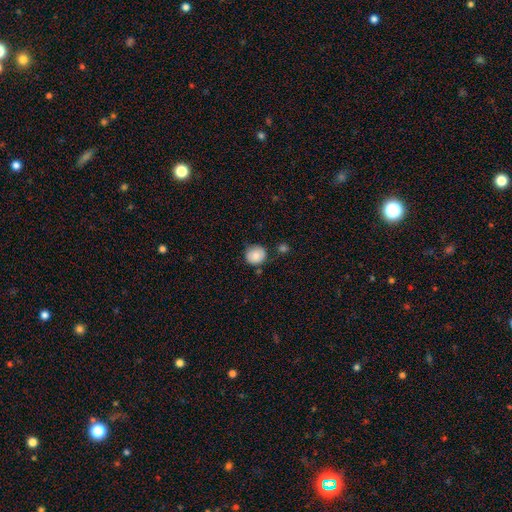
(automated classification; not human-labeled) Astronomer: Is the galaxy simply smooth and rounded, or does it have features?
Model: smooth — 81%.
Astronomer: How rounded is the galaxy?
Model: round — 88%.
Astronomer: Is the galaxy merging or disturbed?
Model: none — 73%.